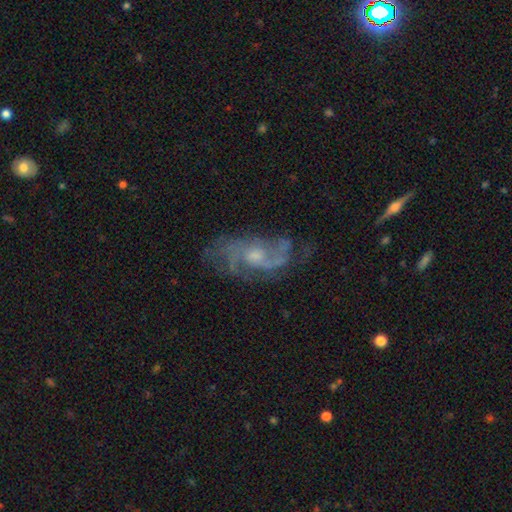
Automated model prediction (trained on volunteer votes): Q: Smooth or featured?
A: featured or disk (81%); runner-up: smooth (11%)
Q: Edge-on disk?
A: no (95%); runner-up: yes (5%)
Q: Bar?
A: no (68%); runner-up: weak (28%)
Q: Spiral arms?
A: yes (91%); runner-up: no (9%)
Q: Spiral winding?
A: medium (46%); runner-up: loose (32%)
Q: Spiral arm count?
A: 2 (43%); runner-up: can't tell (24%)
Q: Bulge size?
A: small (45%); tied with: moderate (45%)
Q: Merging?
A: none (62%); runner-up: minor disturbance (21%)